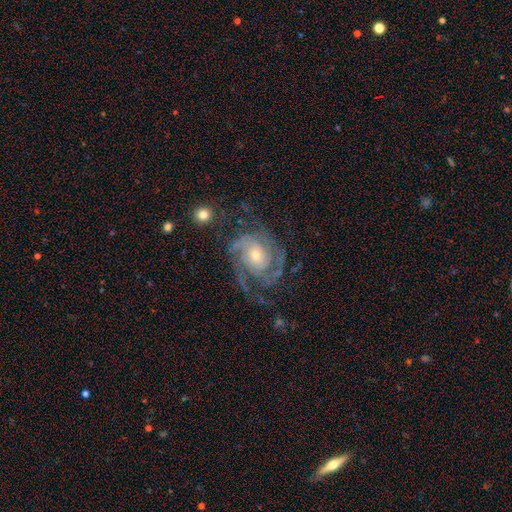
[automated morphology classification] type=featured or disk (91%); edge-on=no (98%); bar=no (69%); spiral arms=yes (98%); winding=tight (53%); arm count=2 (41%); bulge=small (48%); merging=none (67%).